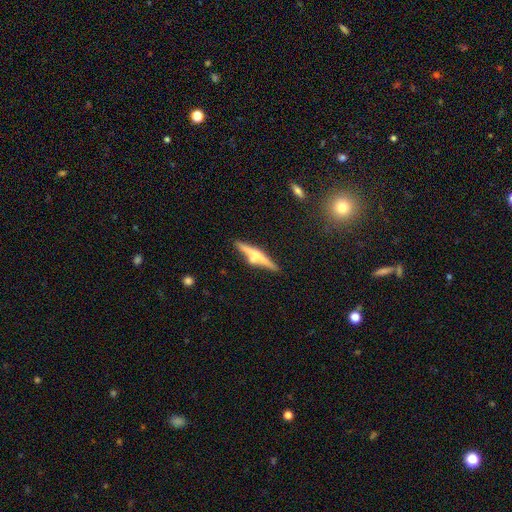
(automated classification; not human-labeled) Morphology: type=featured or disk (64%); edge-on=yes (96%); edge-on bulge=rounded (80%); merging=none (74%).